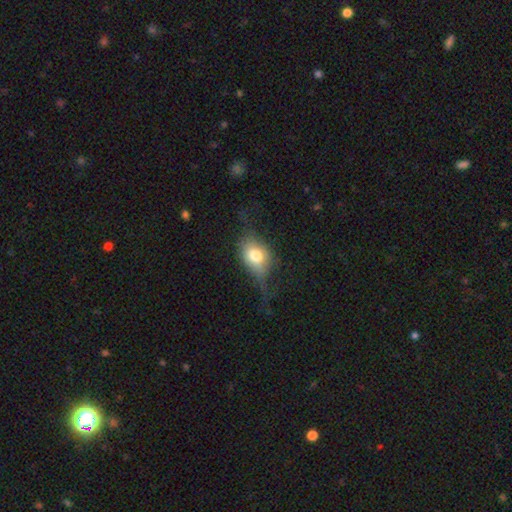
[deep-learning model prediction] A smooth galaxy with no disk features (57%) that is in between round and cigar-shaped (63%).

Vote fractions:
- Smooth or featured? smooth: 57% / featured or disk: 33% / star or artifact: 10%
- How rounded? in between: 63% / round: 33% / cigar-shaped: 4%
- Merging? none: 48% / minor disturbance: 28% / major disturbance: 22% / merger: 2%